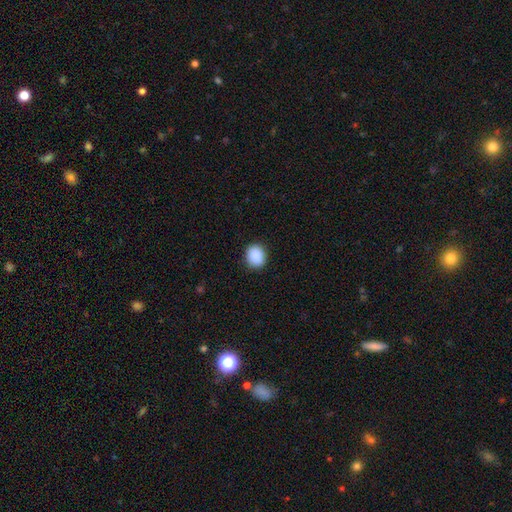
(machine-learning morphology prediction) type=smooth (90%); roundness=round (70%); merging=none (89%).